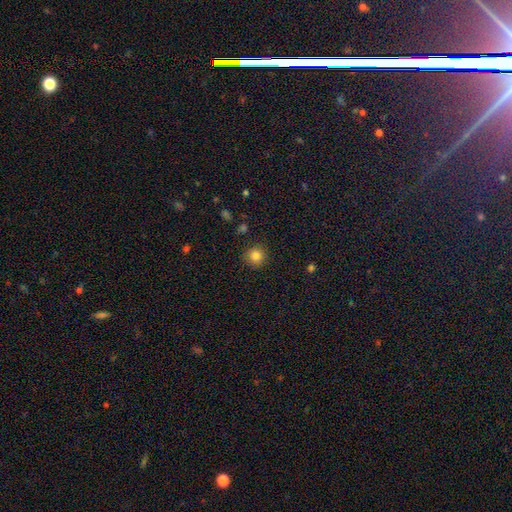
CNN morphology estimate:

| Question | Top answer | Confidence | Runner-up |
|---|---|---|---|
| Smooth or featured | smooth | 83% | star or artifact (11%) |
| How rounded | round | 93% | in between (6%) |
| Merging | none | 89% | minor disturbance (7%) |